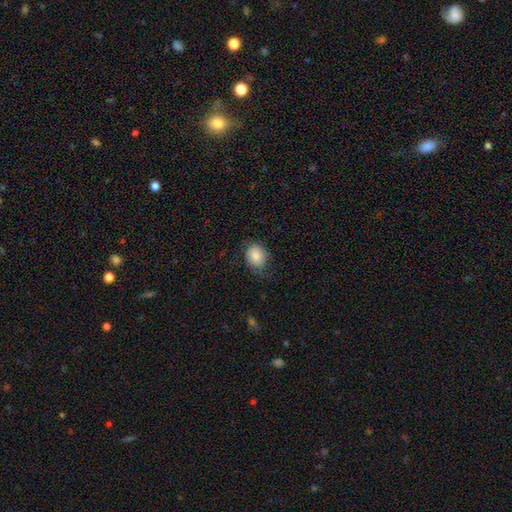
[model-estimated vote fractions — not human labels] A smooth galaxy with no disk features (82%) that is round (57%).

Vote fractions:
- Smooth or featured? smooth: 82% / featured or disk: 10% / star or artifact: 8%
- How rounded? round: 57% / in between: 42% / cigar-shaped: 1%
- Merging? none: 69% / minor disturbance: 22% / major disturbance: 8% / merger: 1%